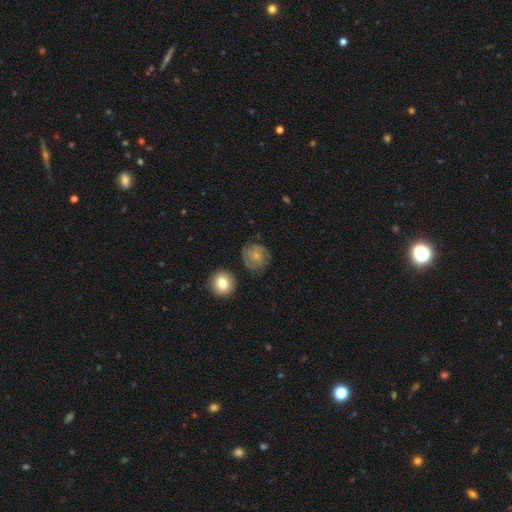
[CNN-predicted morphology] featured or disk 67%, smooth 25%, star or artifact 8%. Down the decision tree: edge-on disk — no (98%); bar — no (68%); spiral arms — yes (93%); spiral arm count — 2 (60%); spiral winding — tight (52%); bulge size — small (57%); merging — none (74%).